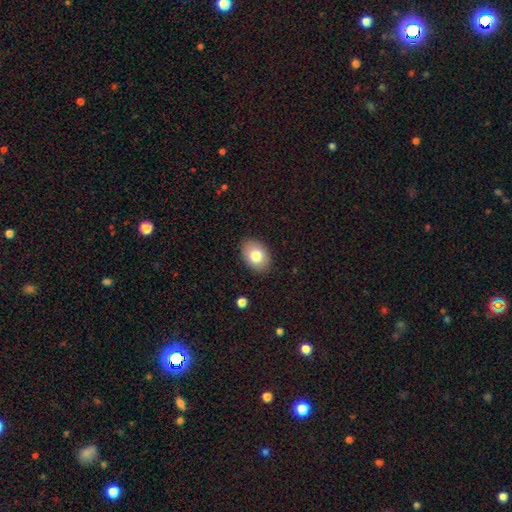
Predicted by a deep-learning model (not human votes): This appears to be a smooth galaxy with no disk features (81%) that is in between round and cigar-shaped (78%). Merging: none (88%).